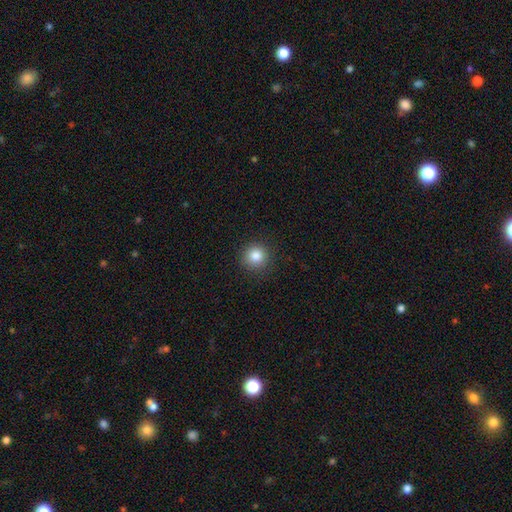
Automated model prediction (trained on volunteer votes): This appears to be a smooth galaxy with no disk features (84%) that is round (94%). Merging: none (90%).